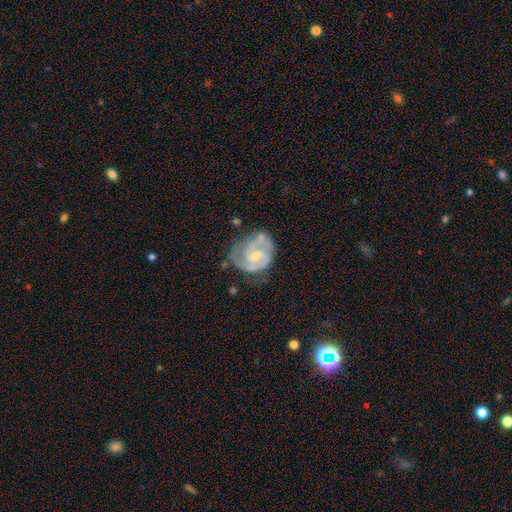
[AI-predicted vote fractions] Smooth or featured? featured or disk (88%)
Edge-on disk? no (98%)
Bar? no (47%)
Spiral arms? yes (97%)
Spiral winding? medium (47%)
Spiral arm count? 2 (66%)
Bulge size? small (63%)
Merging? none (59%)